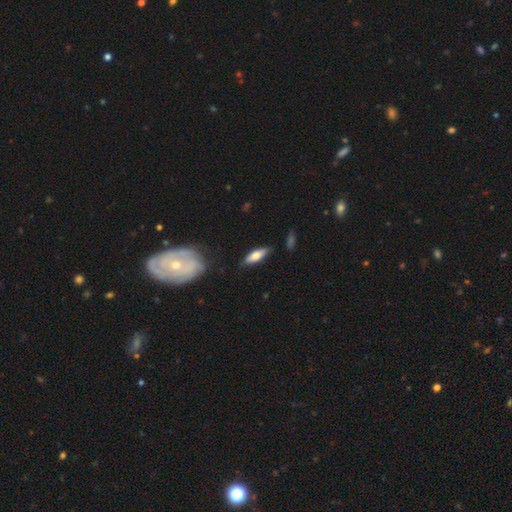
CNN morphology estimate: smooth_or_featured: smooth (p=0.63) [alt: featured or disk p=0.30]
how_rounded: in between (p=0.56) [alt: cigar-shaped p=0.42]
merging: none (p=0.80) [alt: minor disturbance p=0.15]